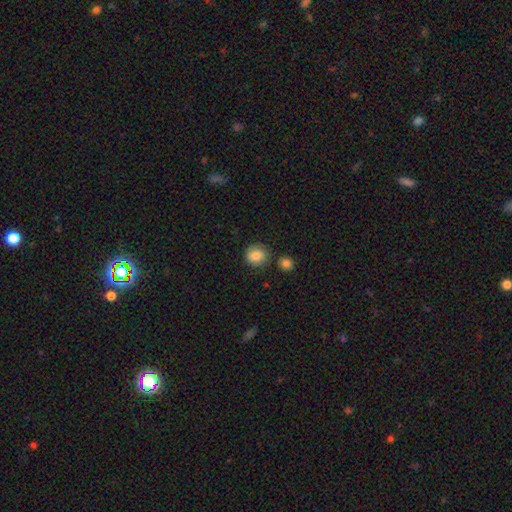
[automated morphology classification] Smooth or featured: smooth — 84% (star or artifact — 9%)
How rounded: round — 86% (in between — 13%)
Merging: none — 80% (minor disturbance — 11%)